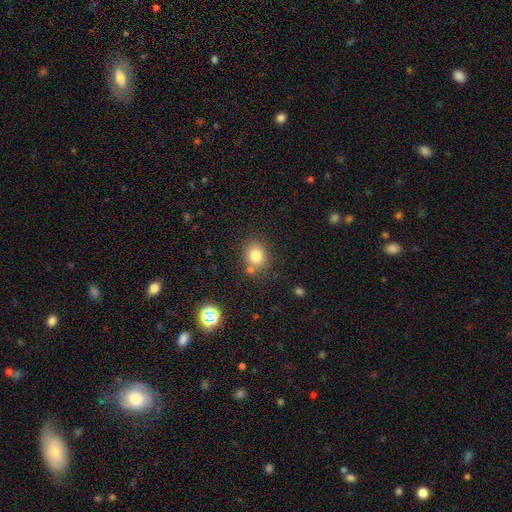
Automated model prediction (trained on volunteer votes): A smooth galaxy with no disk features (80%) that is round (68%). Merging: none (72%).